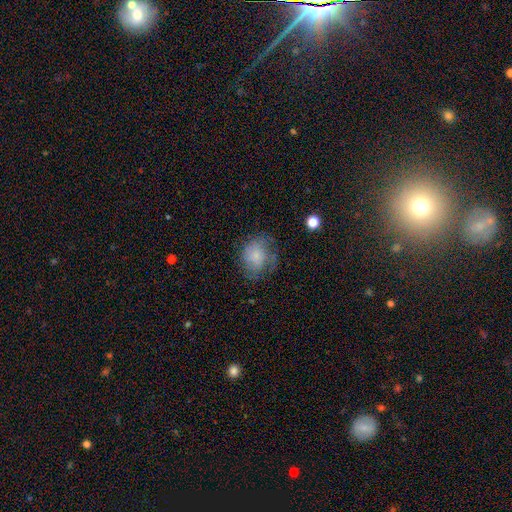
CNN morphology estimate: A smooth galaxy with no disk features (63%) that is round (56%). Merging: none (50%).